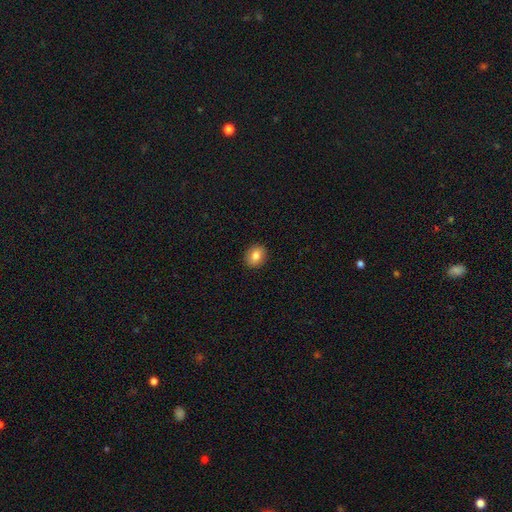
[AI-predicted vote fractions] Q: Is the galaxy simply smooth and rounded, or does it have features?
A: smooth — 82%.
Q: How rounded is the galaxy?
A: round — 59%.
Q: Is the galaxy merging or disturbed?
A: none — 91%.